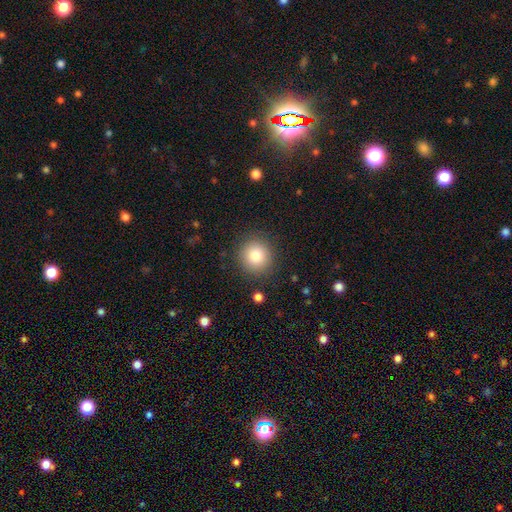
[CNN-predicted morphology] A smooth galaxy with no disk features (82%) that is round (92%). Merging: none (88%).